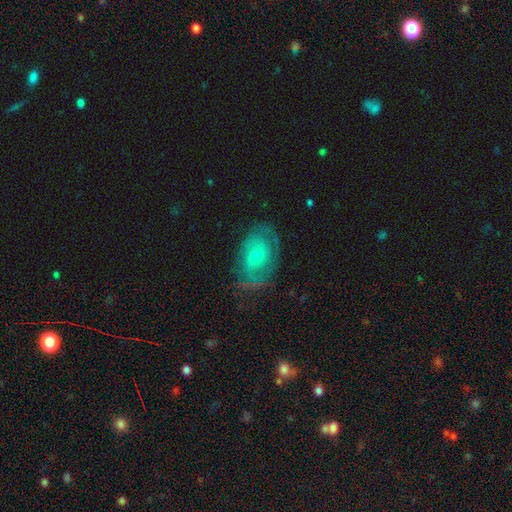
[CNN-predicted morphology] smooth_or_featured: featured or disk (p=0.71) [alt: smooth p=0.22]
disk_edge_on: no (p=0.96) [alt: yes p=0.04]
bar: no (p=0.69) [alt: weak p=0.26]
has_spiral_arms: yes (p=0.84) [alt: no p=0.16]
spiral_winding: tight (p=0.45) [alt: medium p=0.38]
spiral_arm_count: 2 (p=0.52) [alt: can't tell p=0.28]
bulge_size: small (p=0.62) [alt: moderate p=0.34]
merging: none (p=0.65) [alt: minor disturbance p=0.21]